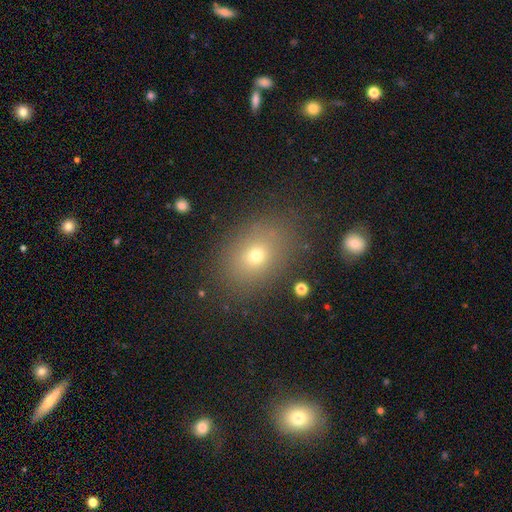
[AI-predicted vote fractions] smooth-or-featured: smooth: 68% | star or artifact: 18% | featured or disk: 14%
  how-rounded: in between: 64% | round: 35% | cigar-shaped: 1%
  merging: none: 81% | minor disturbance: 12% | major disturbance: 5% | merger: 2%